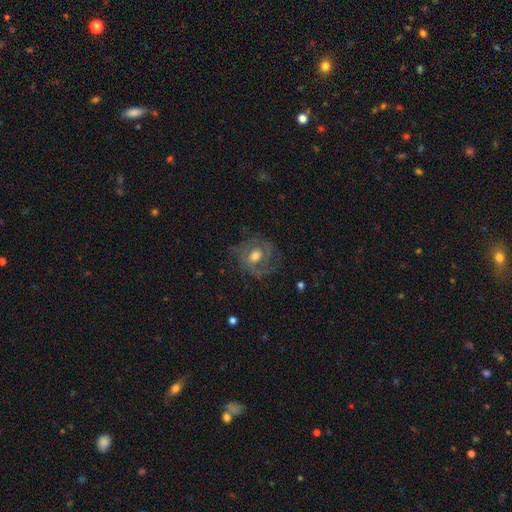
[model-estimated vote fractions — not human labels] Q: Smooth or featured?
A: featured or disk (67%); runner-up: smooth (25%)
Q: Edge-on disk?
A: no (97%); runner-up: yes (3%)
Q: Bar?
A: no (66%); runner-up: weak (28%)
Q: Spiral arms?
A: yes (76%); runner-up: no (24%)
Q: Bulge size?
A: moderate (68%); runner-up: large (19%)
Q: Merging?
A: none (66%); runner-up: minor disturbance (19%)